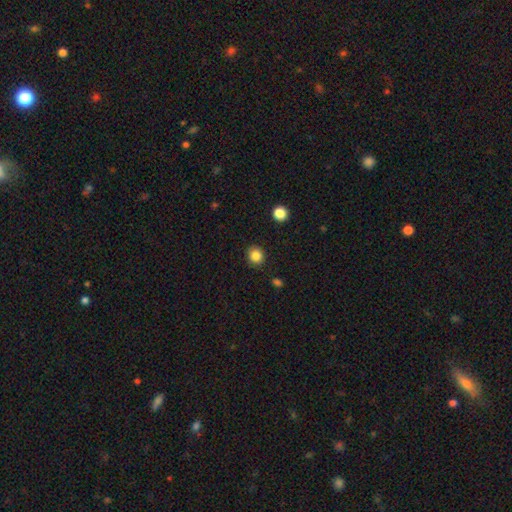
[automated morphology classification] A smooth galaxy with no disk features (85%) that is round (82%). Merging: none (90%).